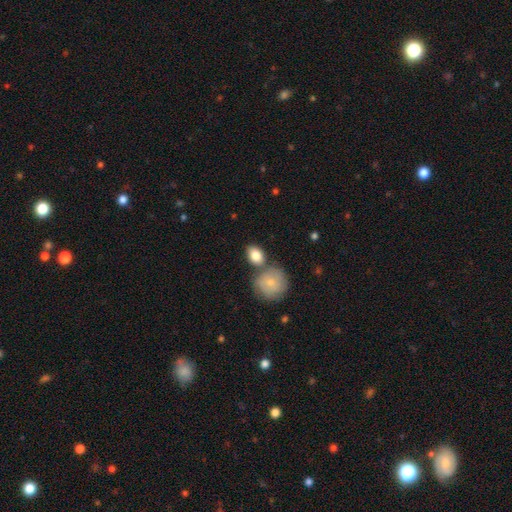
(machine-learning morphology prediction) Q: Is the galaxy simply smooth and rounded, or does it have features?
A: smooth — 83%.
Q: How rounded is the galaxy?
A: in between — 64%.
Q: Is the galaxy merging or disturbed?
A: none — 61%.